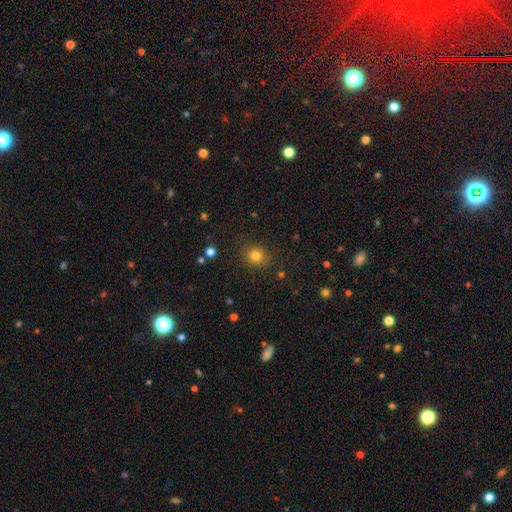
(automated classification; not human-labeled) Morphology: type=smooth (80%); roundness=round (84%); merging=none (87%).